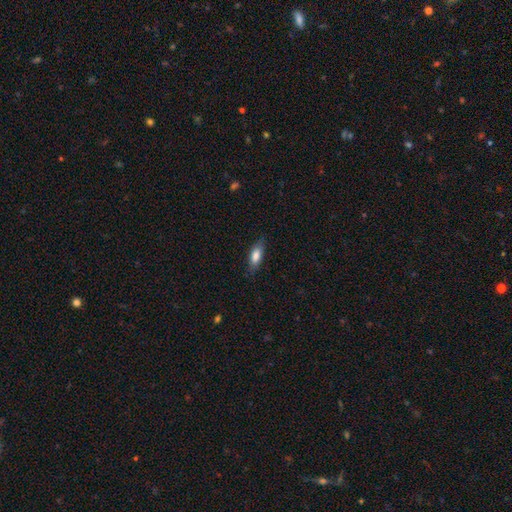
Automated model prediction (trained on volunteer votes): smooth_or_featured: smooth (p=0.79) [alt: featured or disk p=0.15]
how_rounded: in between (p=0.71) [alt: cigar-shaped p=0.26]
merging: none (p=0.80) [alt: minor disturbance p=0.15]